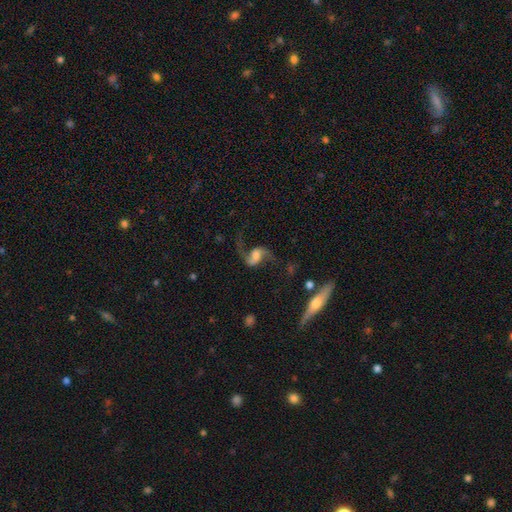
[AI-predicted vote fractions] Q: Smooth or featured?
A: featured or disk (85%); runner-up: smooth (8%)
Q: Edge-on disk?
A: no (97%); runner-up: yes (3%)
Q: Bar?
A: weak (44%); runner-up: no (36%)
Q: Spiral arms?
A: yes (96%); runner-up: no (4%)
Q: Spiral winding?
A: loose (82%); runner-up: medium (15%)
Q: Spiral arm count?
A: 2 (92%); runner-up: 1 (3%)
Q: Bulge size?
A: moderate (34%); runner-up: large (24%)
Q: Merging?
A: none (67%); runner-up: major disturbance (15%)